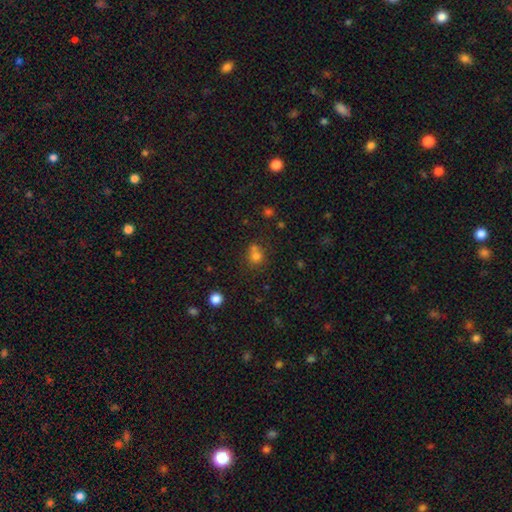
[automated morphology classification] The model was most divided on "merging": none: 49%, merger: 38%, minor disturbance: 9%, major disturbance: 4%. More confident: how rounded — round (81%); smooth or featured — smooth (73%).